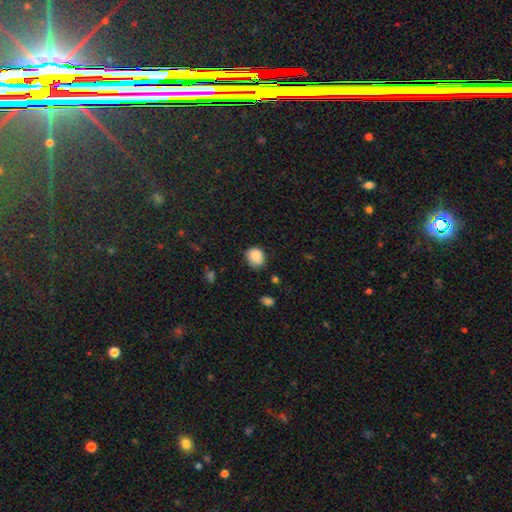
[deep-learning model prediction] Overall: smooth (86%). How rounded: round (68%; in between 31%). Merging: none (66%; minor disturbance 27%).